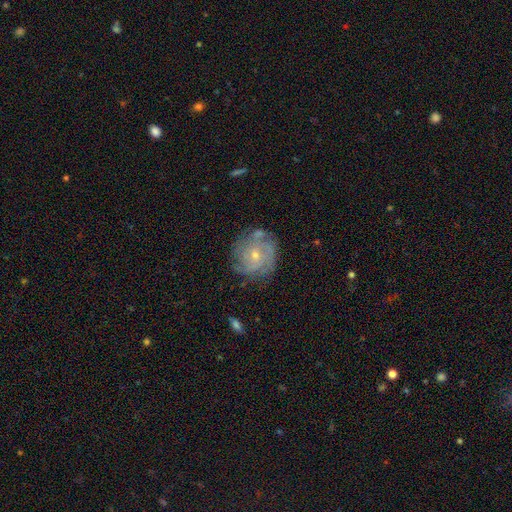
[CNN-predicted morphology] type=featured or disk (70%); edge-on=no (97%); bar=no (75%); spiral arms=yes (85%); winding=tight (62%); arm count=can't tell (46%); bulge=small (71%); merging=none (70%).